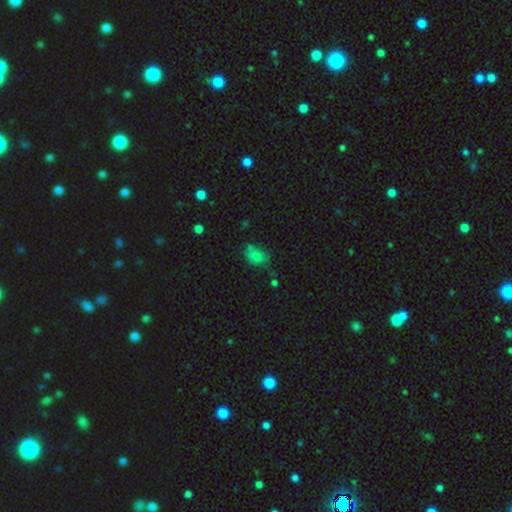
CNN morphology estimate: Q: Smooth or featured?
A: smooth (78%); runner-up: star or artifact (13%)
Q: How rounded?
A: in between (74%); runner-up: round (24%)
Q: Merging?
A: none (56%); runner-up: minor disturbance (27%)